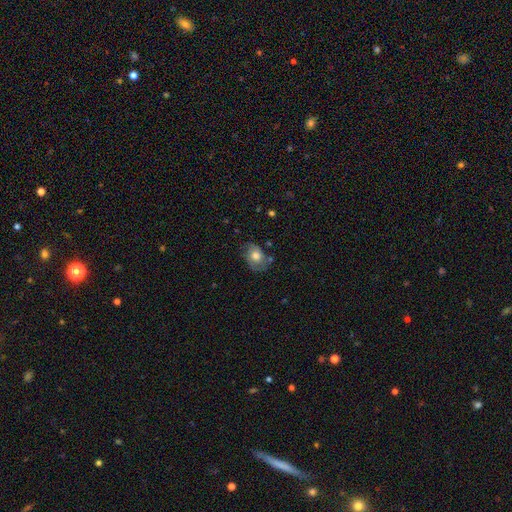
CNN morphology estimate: A featured or disk galaxy (47%).

Vote fractions:
- Smooth or featured? featured or disk: 47% / smooth: 45% / star or artifact: 8%
- Merging? none: 61% / minor disturbance: 25% / major disturbance: 11% / merger: 3%